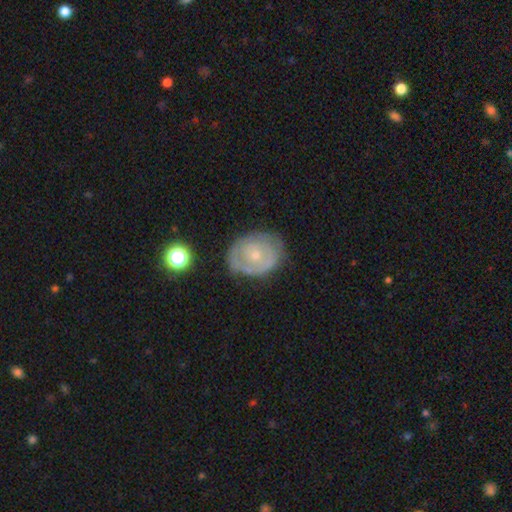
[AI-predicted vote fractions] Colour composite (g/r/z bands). It shows a featured or disk galaxy (61%) with no bar (84%), spiral arms (53%) and a small central bulge (66%). Merging: none (67%).